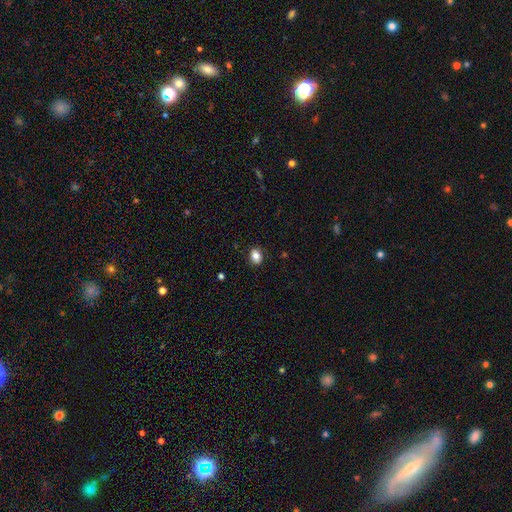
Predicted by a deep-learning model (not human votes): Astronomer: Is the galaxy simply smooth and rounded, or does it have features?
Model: smooth — 82%.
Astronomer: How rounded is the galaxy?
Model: in between — 58% (runner-up: round, 41%).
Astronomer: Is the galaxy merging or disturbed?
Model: none — 88%.